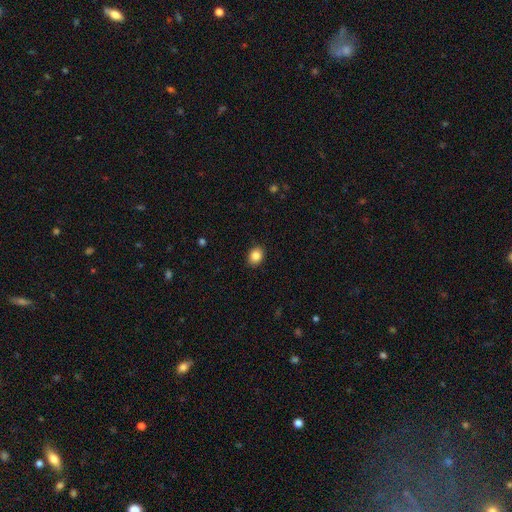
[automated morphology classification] Q: Smooth or featured?
A: smooth (86%); runner-up: star or artifact (9%)
Q: How rounded?
A: in between (55%); runner-up: round (44%)
Q: Merging?
A: none (88%); runner-up: minor disturbance (9%)